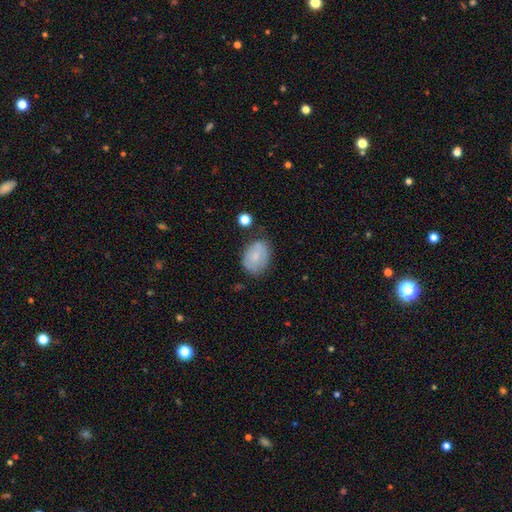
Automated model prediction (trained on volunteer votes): Smooth or featured? Predicted: smooth (p=0.74). How rounded? Predicted: in between (p=0.76). Merging? Predicted: none (p=0.62).